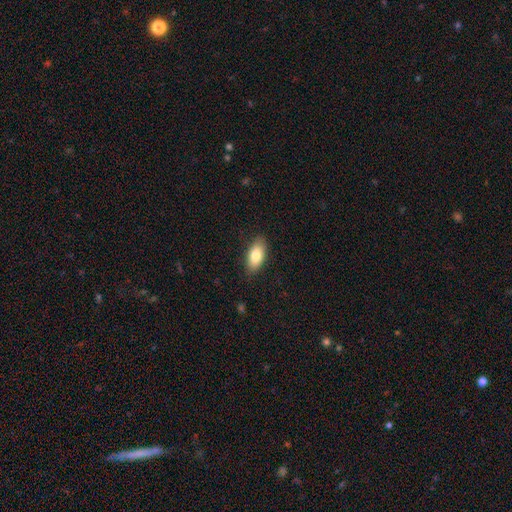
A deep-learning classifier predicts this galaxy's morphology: smooth_or_featured: smooth (p=0.81) [alt: featured or disk p=0.13]
how_rounded: in between (p=0.89) [alt: cigar-shaped p=0.08]
merging: none (p=0.85) [alt: minor disturbance p=0.12]